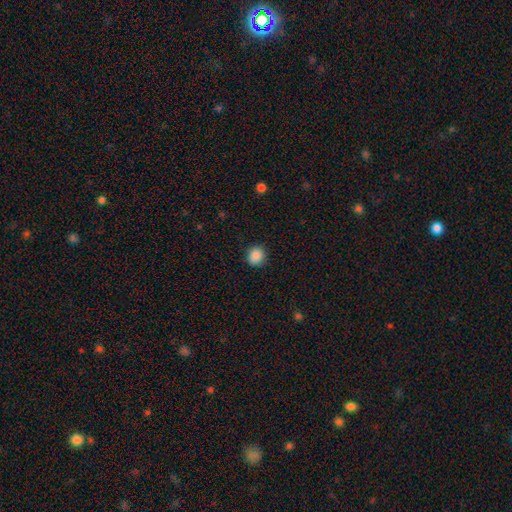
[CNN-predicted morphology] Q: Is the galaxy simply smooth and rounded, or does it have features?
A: smooth — 88%.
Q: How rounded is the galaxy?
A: round — 81%.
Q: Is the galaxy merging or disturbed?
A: none — 88%.